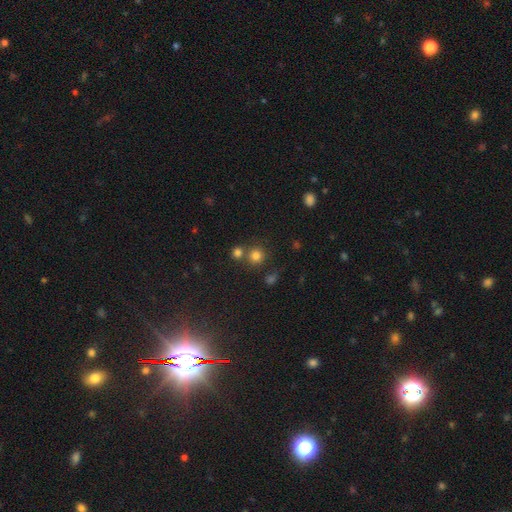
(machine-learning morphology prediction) smooth 78%, star or artifact 16%, featured or disk 7%. Down the decision tree: how rounded — round (92%); merging — none (66%).